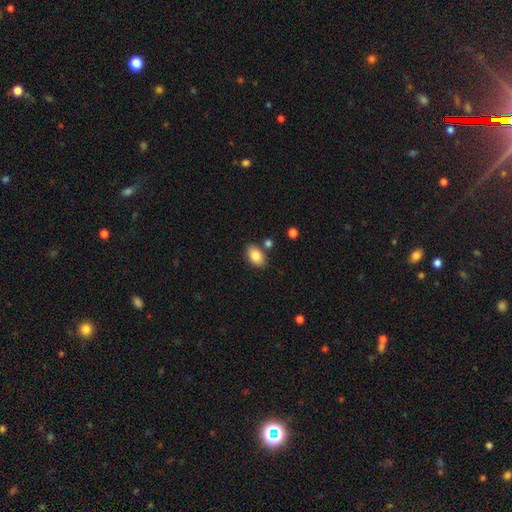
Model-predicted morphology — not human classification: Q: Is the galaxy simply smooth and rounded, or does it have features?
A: smooth — 85%.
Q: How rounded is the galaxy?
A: in between — 87%.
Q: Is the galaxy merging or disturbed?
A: none — 79%.